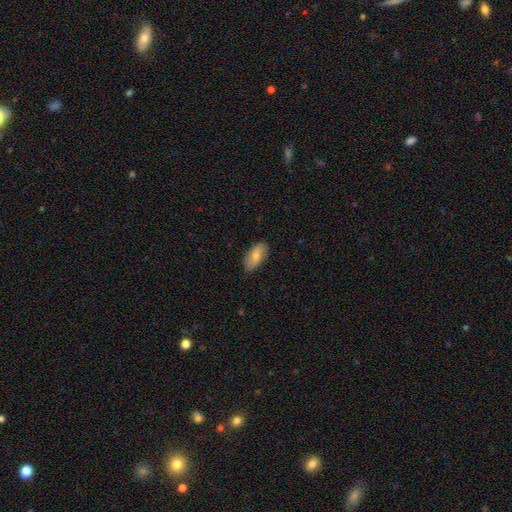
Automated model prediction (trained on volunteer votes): A smooth galaxy with no disk features (74%) that is in between round and cigar-shaped (91%).

Vote fractions:
- Smooth or featured? smooth: 74% / featured or disk: 21% / star or artifact: 6%
- How rounded? in between: 91% / cigar-shaped: 7% / round: 2%
- Merging? none: 81% / minor disturbance: 15% / major disturbance: 2% / merger: 1%